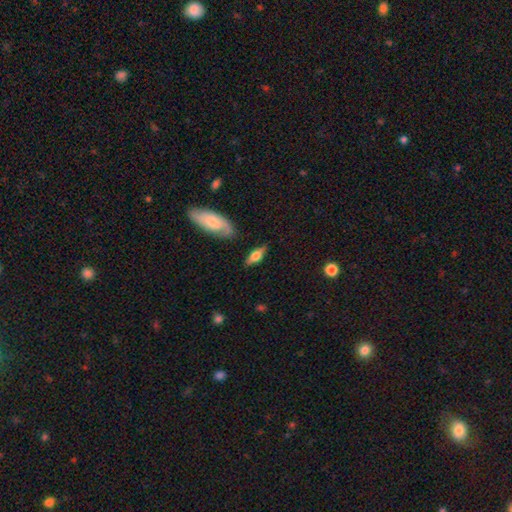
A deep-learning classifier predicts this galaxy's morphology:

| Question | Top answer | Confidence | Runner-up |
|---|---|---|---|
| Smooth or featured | featured or disk | 48% | smooth (46%) |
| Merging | none | 78% | minor disturbance (15%) |